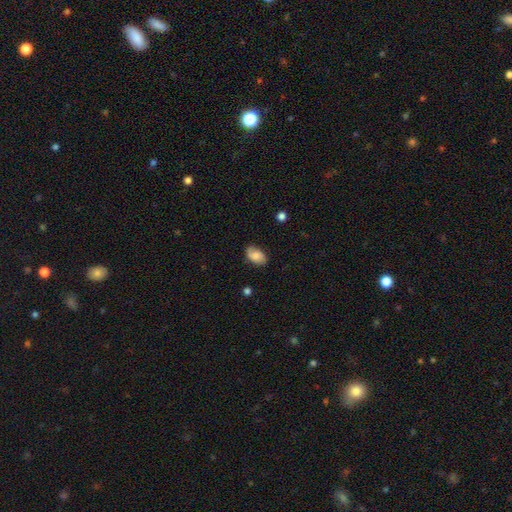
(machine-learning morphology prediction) A smooth galaxy with no disk features (63%) that is in between round and cigar-shaped (90%).

Vote fractions:
- Smooth or featured? smooth: 63% / featured or disk: 28% / star or artifact: 8%
- How rounded? in between: 90% / round: 9% / cigar-shaped: 2%
- Merging? none: 74% / minor disturbance: 20% / major disturbance: 5% / merger: 1%